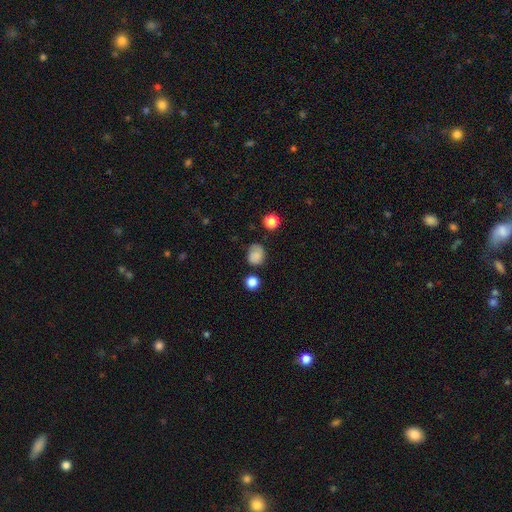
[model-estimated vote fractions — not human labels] The model was most divided on "how rounded": round: 62%, in between: 37%, cigar-shaped: 1%. More confident: smooth or featured — smooth (77%); merging — none (63%).